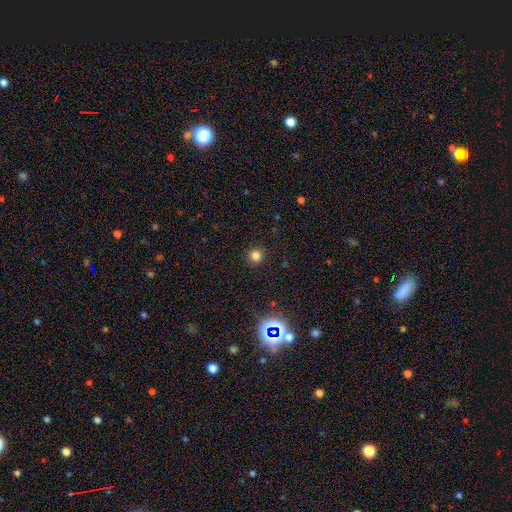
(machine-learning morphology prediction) This is likely a smooth galaxy (78%). How rounded: clearly round (94%). Merging: clearly none (91%).